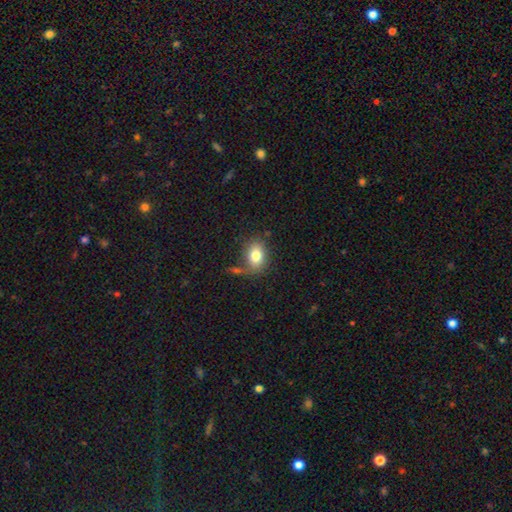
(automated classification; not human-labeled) A smooth galaxy with no disk features (80%) that is in between round and cigar-shaped (74%).

Vote fractions:
- Smooth or featured? smooth: 80% / featured or disk: 11% / star or artifact: 9%
- How rounded? in between: 74% / round: 24% / cigar-shaped: 1%
- Merging? none: 67% / minor disturbance: 17% / merger: 9% / major disturbance: 7%